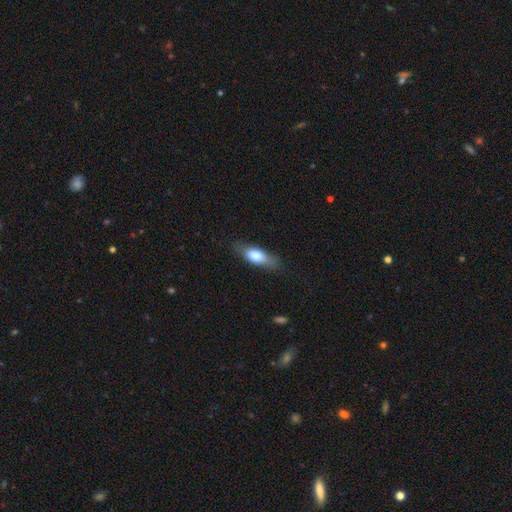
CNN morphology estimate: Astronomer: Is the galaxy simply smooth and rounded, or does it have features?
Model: smooth — 71%.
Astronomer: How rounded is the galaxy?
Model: in between — 63%.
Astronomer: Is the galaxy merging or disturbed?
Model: none — 77%.